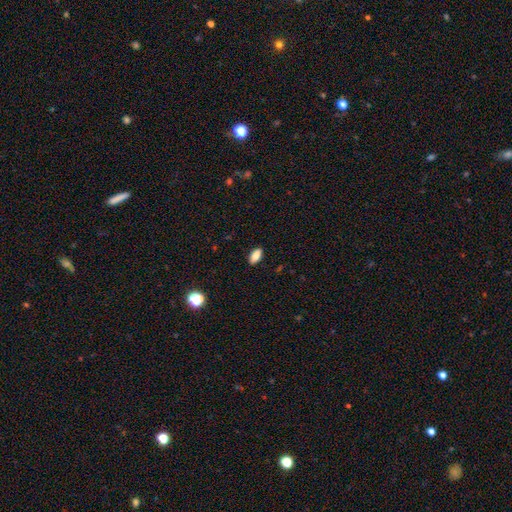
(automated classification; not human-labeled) smooth 82%, featured or disk 10%, star or artifact 9%. Down the decision tree: how rounded — in between (86%); merging — none (89%).